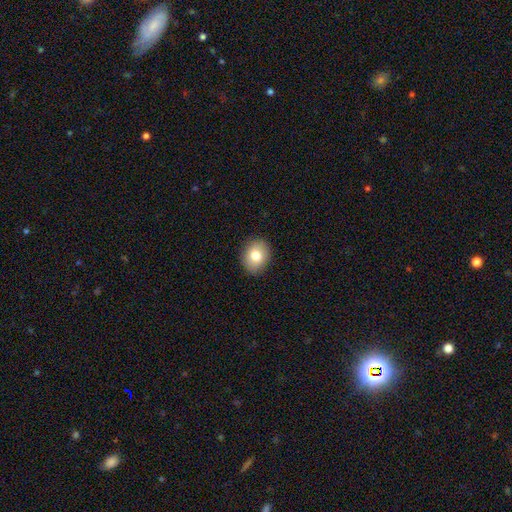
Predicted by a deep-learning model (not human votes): Q: Smooth or featured?
A: smooth (79%); runner-up: featured or disk (13%)
Q: How rounded?
A: in between (52%); runner-up: round (47%)
Q: Merging?
A: none (88%); runner-up: minor disturbance (9%)